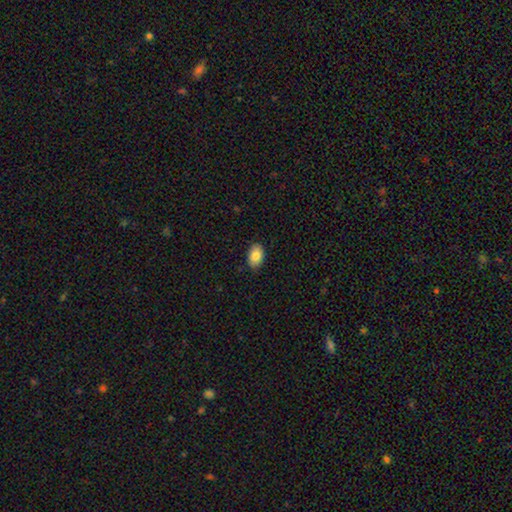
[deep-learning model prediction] A smooth galaxy with no disk features (83%) that is in between round and cigar-shaped (89%). Merging: none (88%).